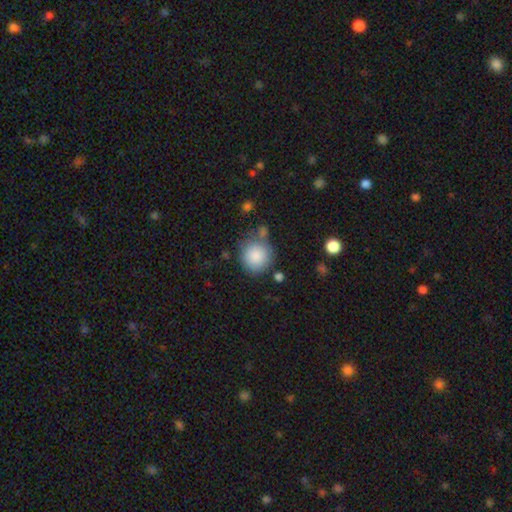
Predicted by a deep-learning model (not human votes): A smooth galaxy with no disk features (87%) that is round (91%). Merging: none (70%).